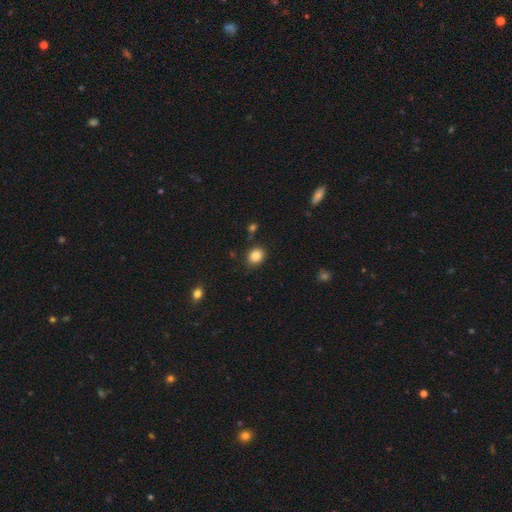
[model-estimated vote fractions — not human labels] smooth-or-featured: smooth: 85% | star or artifact: 10% | featured or disk: 5%
  how-rounded: round: 60% | in between: 40% | cigar-shaped: 1%
  merging: none: 84% | minor disturbance: 10% | major disturbance: 3% | merger: 3%